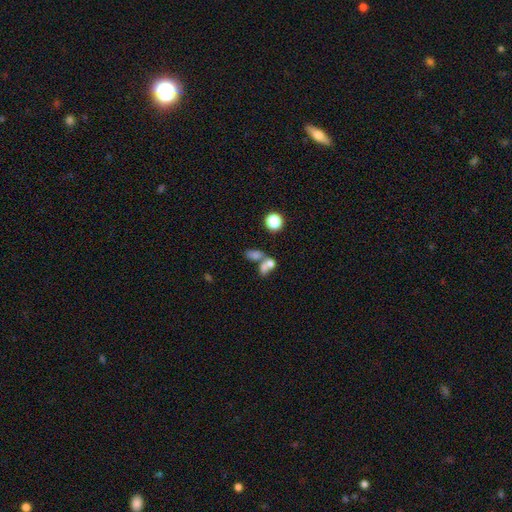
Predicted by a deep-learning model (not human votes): The model was most divided on "merging": merger: 47%, none: 37%, minor disturbance: 9%, major disturbance: 7%. More confident: how rounded — in between (58%); smooth or featured — smooth (56%).